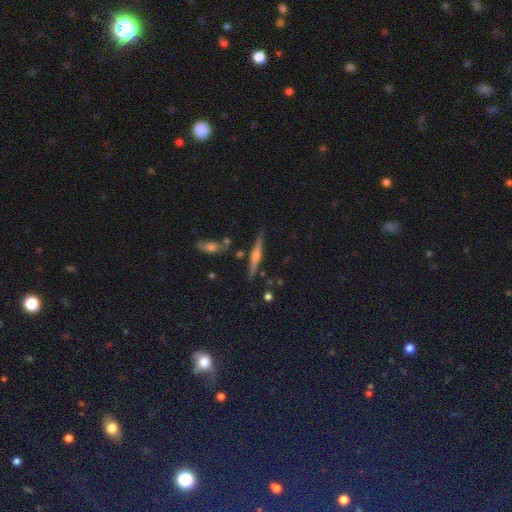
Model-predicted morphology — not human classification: Smooth or featured?
  - featured or disk: 72% *
  - smooth: 21%
  - star or artifact: 7%
Edge-on disk?
  - yes: 97% *
  - no: 3%
Edge-on bulge?
  - rounded: 89% *
  - boxy: 6%
  - none: 5%
Merging?
  - none: 83% *
  - minor disturbance: 10%
  - merger: 5%
  - major disturbance: 2%